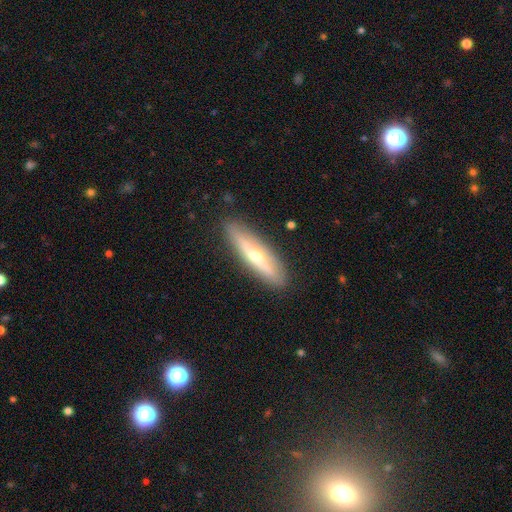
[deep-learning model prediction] Smooth or featured: featured or disk — 53% (smooth — 39%)
Edge-on disk: yes — 78% (no — 22%)
Merging: none — 87% (minor disturbance — 9%)